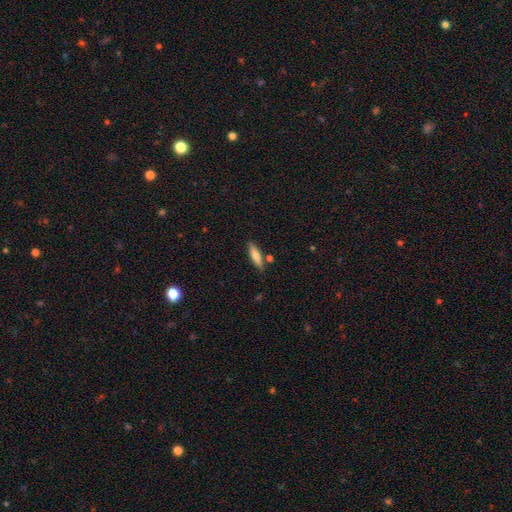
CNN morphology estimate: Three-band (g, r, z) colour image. It shows a smooth galaxy with no disk features (68%) that is cigar-shaped (67%). Merging: none (81%).